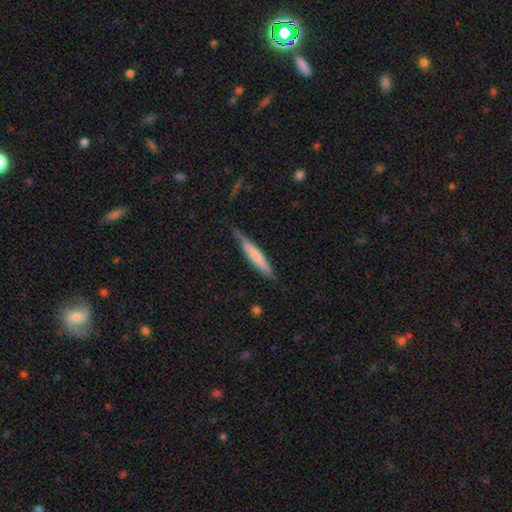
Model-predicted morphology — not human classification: This is likely a smooth galaxy (62%). How rounded: clearly cigar-shaped (92%). Merging: likely none (69%).